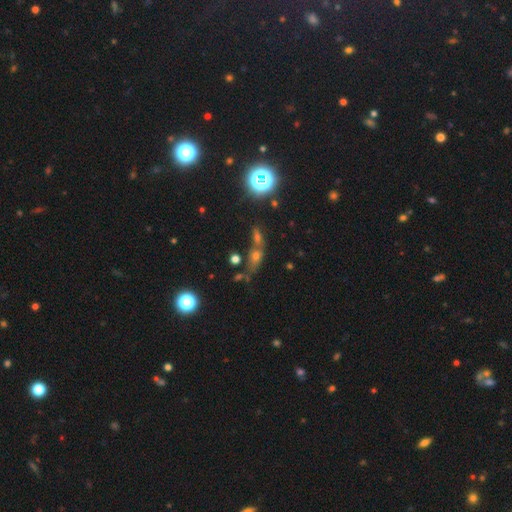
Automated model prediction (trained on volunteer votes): smooth_or_featured: star or artifact (p=0.38) [alt: smooth p=0.35]